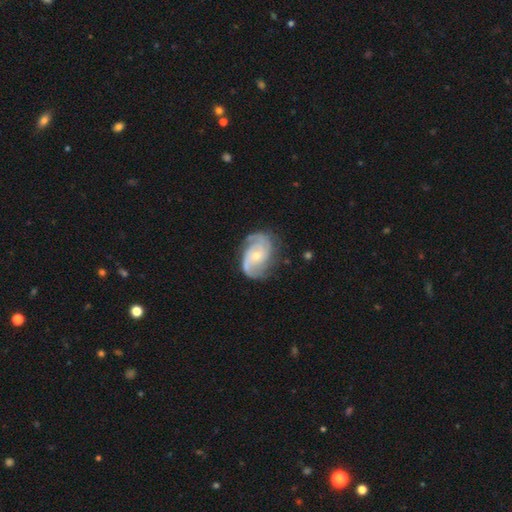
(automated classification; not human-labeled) Smooth or featured: featured or disk — 87% (smooth — 8%)
Edge-on disk: no — 98% (yes — 2%)
Bar: no — 65% (weak — 30%)
Spiral arms: yes — 97% (no — 3%)
Spiral winding: medium — 47% (tight — 36%)
Spiral arm count: 2 — 56% (3 — 20%)
Bulge size: small — 56% (moderate — 41%)
Merging: none — 71% (minor disturbance — 20%)